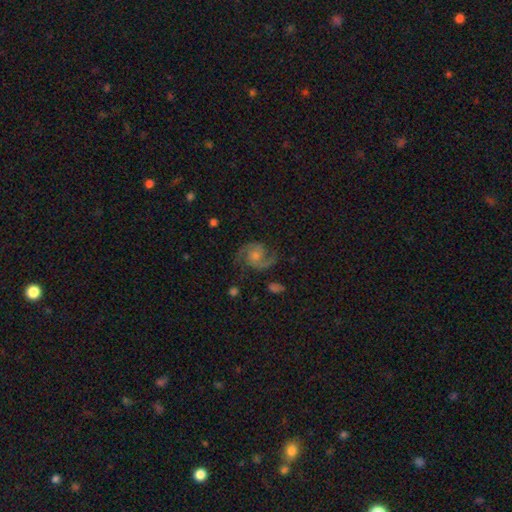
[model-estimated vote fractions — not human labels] This is clearly a featured or disk galaxy (87%). It is clearly not viewed edge-on (98%). Bar: likely no (65%). Spiral arm pattern: clearly yes (98%). Spiral arm count: clearly 2 (92%). Spiral winding: possibly medium (59%). Central bulge: marginally moderate (42%). Merging: likely none (79%).